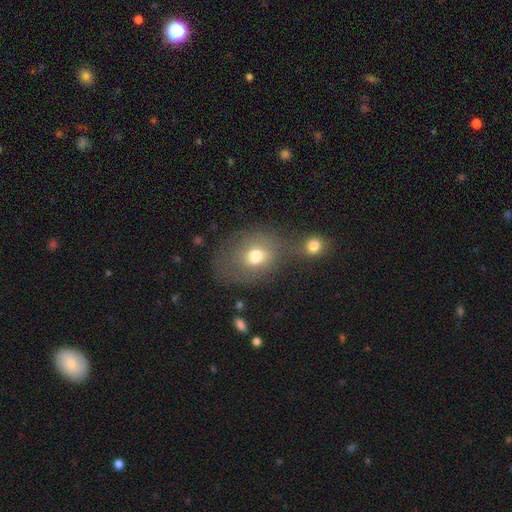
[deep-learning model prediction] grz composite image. It shows a smooth galaxy with no disk features (69%) that is in between round and cigar-shaped (59%). Merging: none (38%).